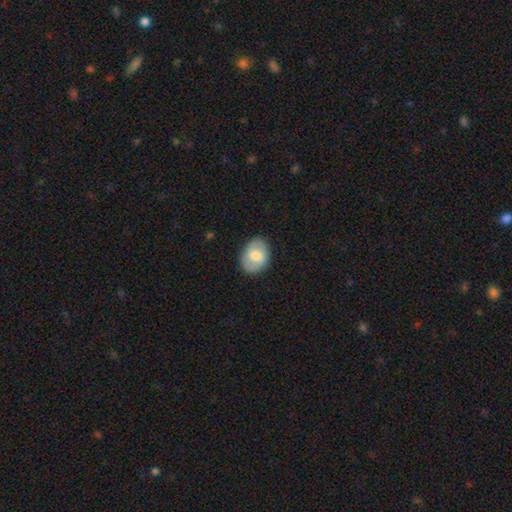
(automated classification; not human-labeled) Q: Smooth or featured?
A: smooth (53%); runner-up: featured or disk (40%)
Q: How rounded?
A: in between (71%); runner-up: round (28%)
Q: Merging?
A: none (81%); runner-up: minor disturbance (14%)